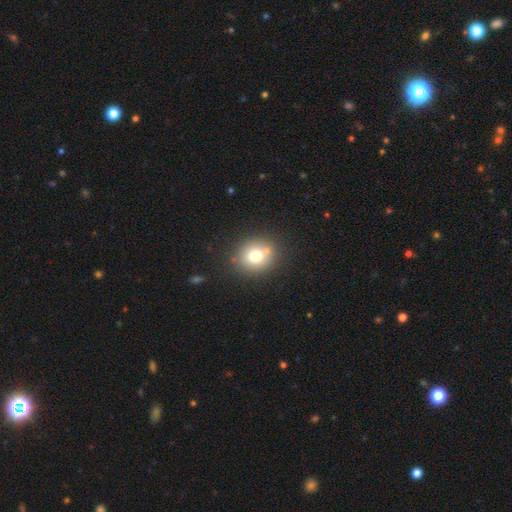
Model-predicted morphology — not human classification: Smooth or featured: smooth — 74% (featured or disk — 14%)
How rounded: round — 74% (in between — 26%)
Merging: none — 76% (minor disturbance — 12%)